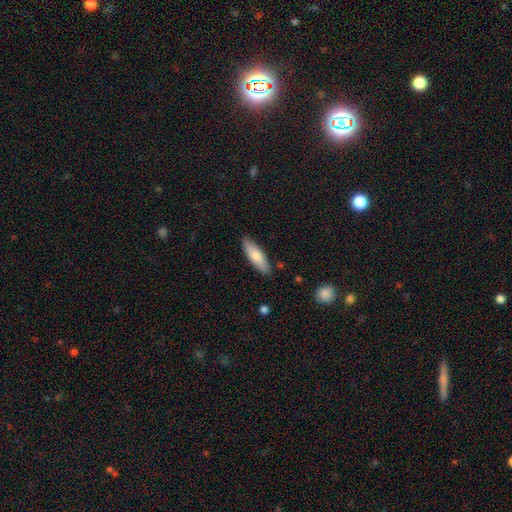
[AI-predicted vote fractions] The model was most divided on "how rounded": in between: 53%, cigar-shaped: 45%, round: 2%. More confident: merging — none (87%); smooth or featured — smooth (72%).